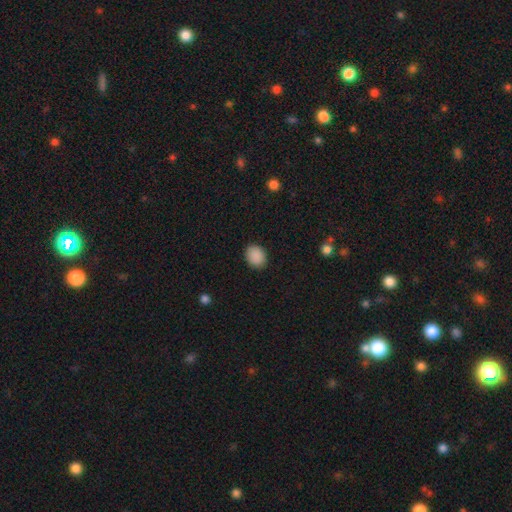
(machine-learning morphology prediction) smooth_or_featured: smooth (p=0.89) [alt: star or artifact p=0.08]
how_rounded: in between (p=0.50) [alt: round p=0.49]
merging: none (p=0.89) [alt: minor disturbance p=0.08]